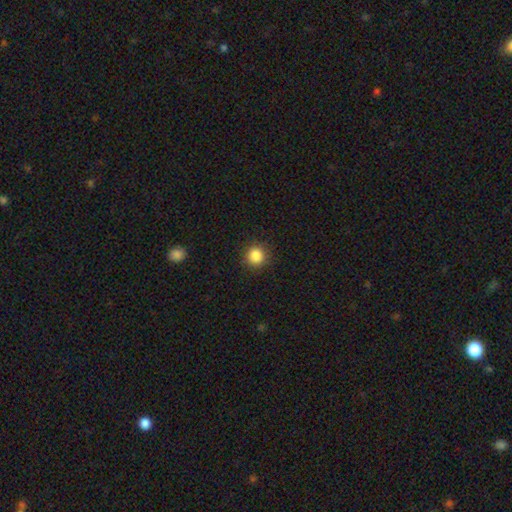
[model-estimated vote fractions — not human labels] The model was most divided on "smooth or featured": smooth: 85%, star or artifact: 11%, featured or disk: 4%. More confident: how rounded — round (93%); merging — none (90%).